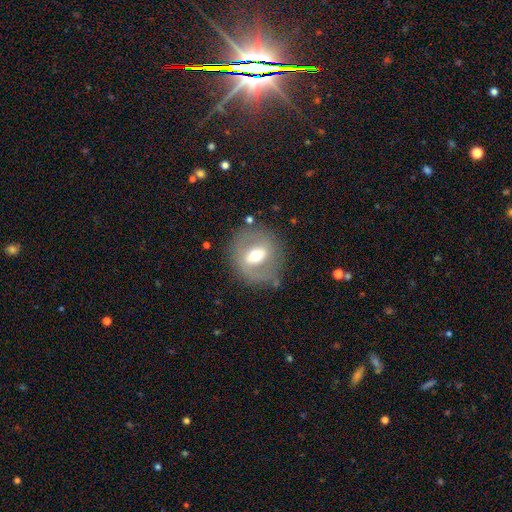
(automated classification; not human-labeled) Overall: featured or disk (56%; smooth 36%). Edge-on disk: no (88%). Merging: none (75%).